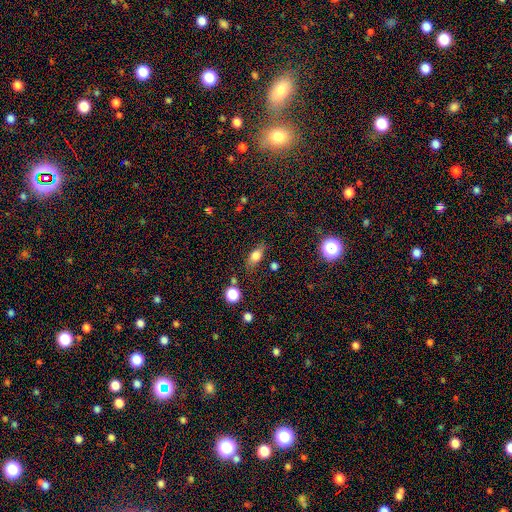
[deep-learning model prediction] smooth 74%, featured or disk 15%, star or artifact 11%. Down the decision tree: how rounded — in between (76%); merging — none (74%).